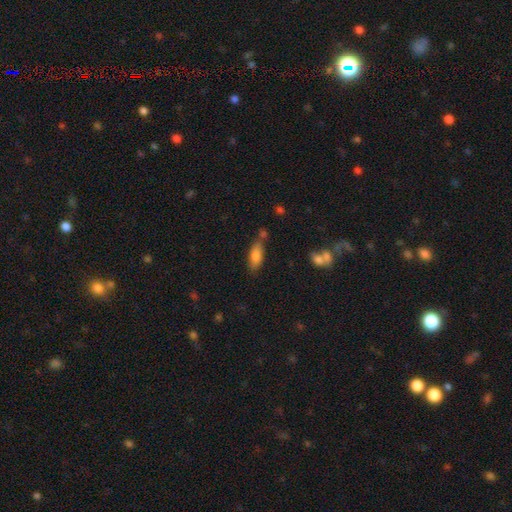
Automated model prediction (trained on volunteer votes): smooth 80%, featured or disk 12%, star or artifact 8%. Down the decision tree: how rounded — in between (72%); merging — none (63%).